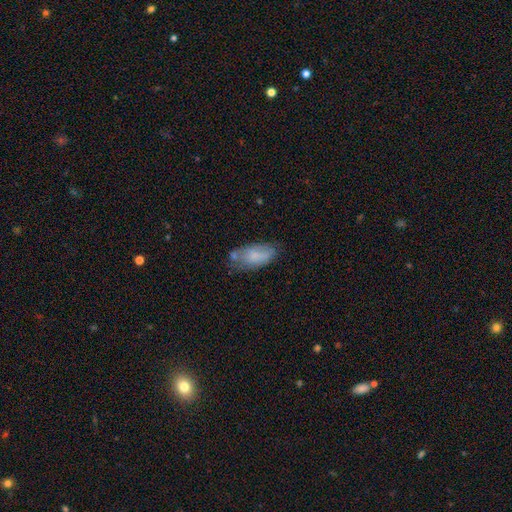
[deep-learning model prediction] Smooth or featured: smooth — 69% (featured or disk — 24%)
How rounded: in between — 89% (cigar-shaped — 9%)
Merging: none — 52% (minor disturbance — 30%)